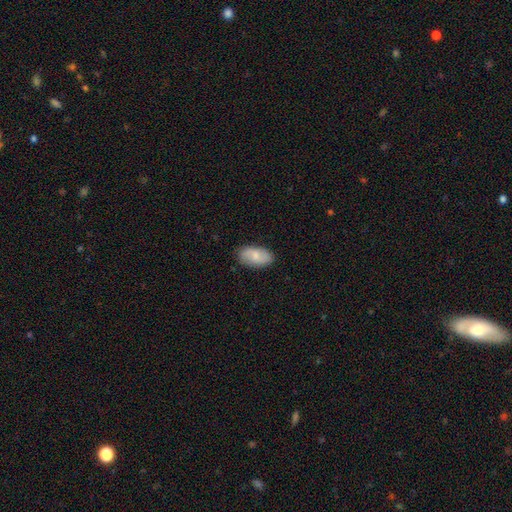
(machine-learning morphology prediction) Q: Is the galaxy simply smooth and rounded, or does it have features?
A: smooth — 70%.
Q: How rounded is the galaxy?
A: in between — 94%.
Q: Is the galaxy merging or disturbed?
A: none — 84%.